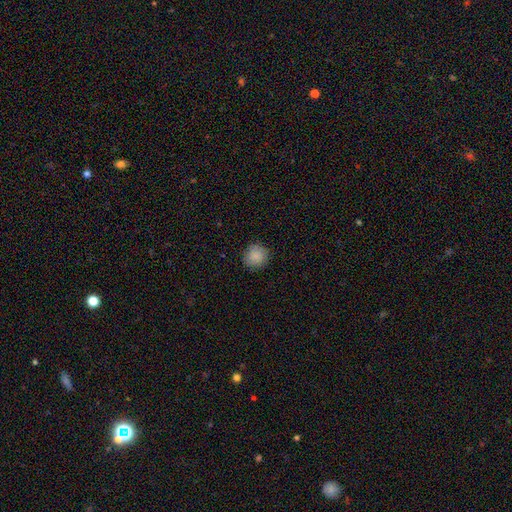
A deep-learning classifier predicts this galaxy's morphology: type=smooth (87%); roundness=round (91%); merging=none (88%).